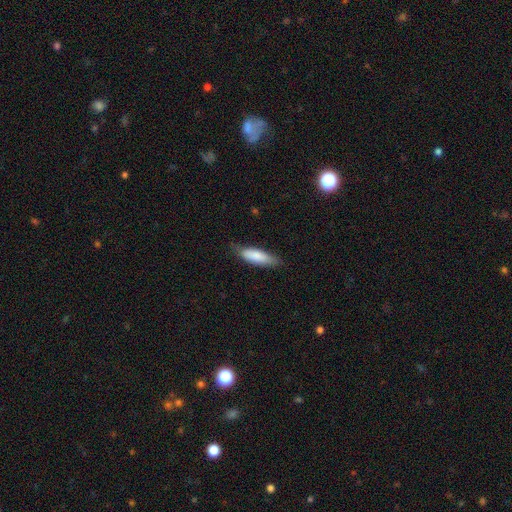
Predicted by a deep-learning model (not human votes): Smooth or featured?
  - smooth: 82% *
  - featured or disk: 13%
  - star or artifact: 6%
How rounded?
  - in between: 50% *
  - cigar-shaped: 48%
  - round: 2%
Merging?
  - none: 71% *
  - minor disturbance: 24%
  - major disturbance: 4%
  - merger: 1%